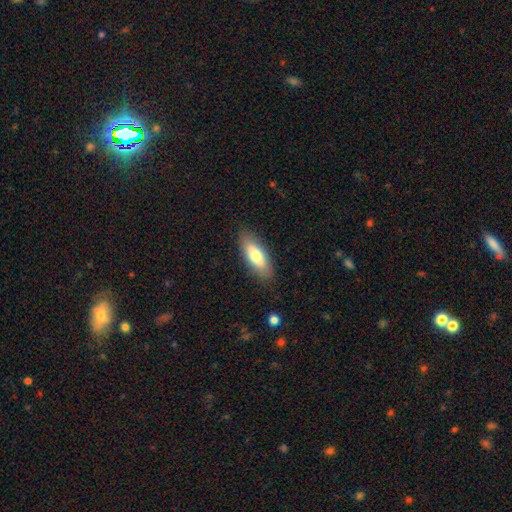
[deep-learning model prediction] Smooth or featured? Predicted: smooth (p=0.73). How rounded? Predicted: in between (p=0.74). Merging? Predicted: none (p=0.86).